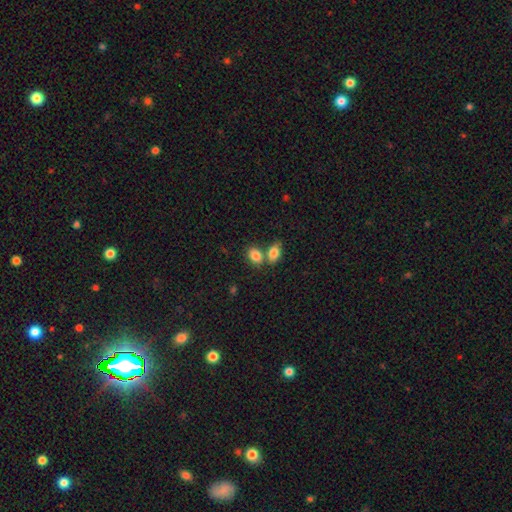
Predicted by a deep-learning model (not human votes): Smooth or featured? smooth (84%)
How rounded? in between (78%)
Merging? none (44%)